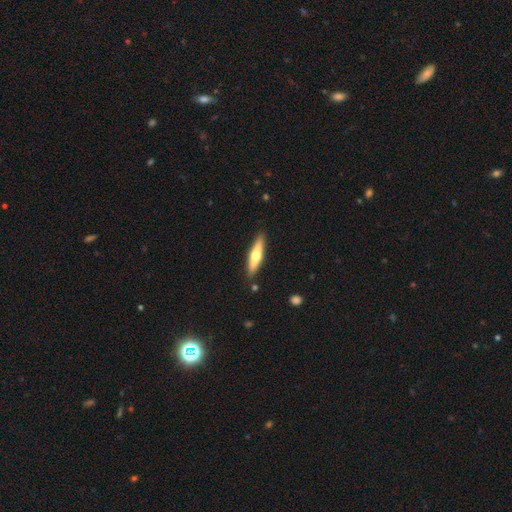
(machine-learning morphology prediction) Overall: featured or disk (48%; smooth 47%). Merging: none (88%).